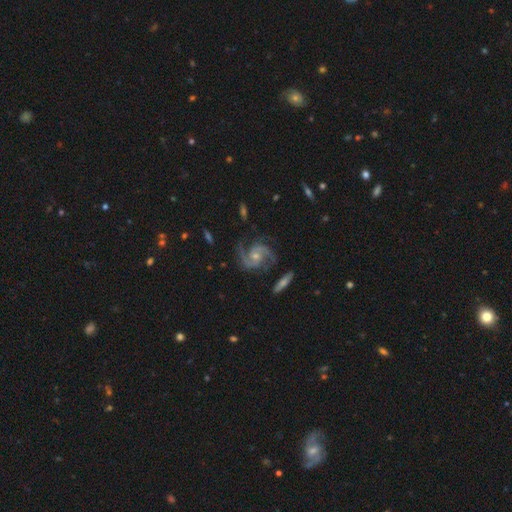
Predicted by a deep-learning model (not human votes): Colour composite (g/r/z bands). It shows a featured or disk galaxy (92%) with no bar (60%), 2 (80%) medium (57%) spiral arms (98%) and a small central bulge (54%). Merging: none (73%).